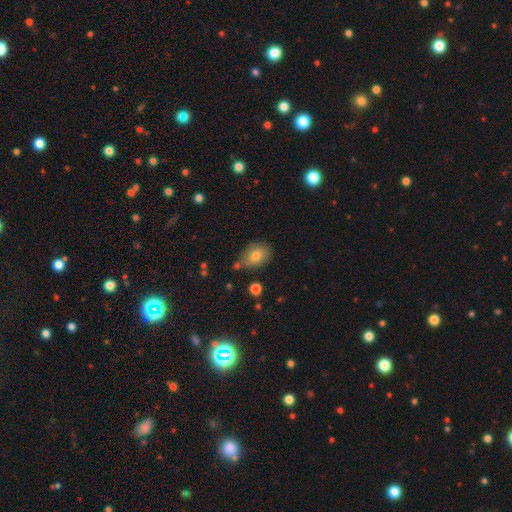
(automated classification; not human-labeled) Q: Smooth or featured?
A: smooth (78%); runner-up: featured or disk (13%)
Q: How rounded?
A: in between (74%); runner-up: round (24%)
Q: Merging?
A: none (61%); runner-up: minor disturbance (25%)